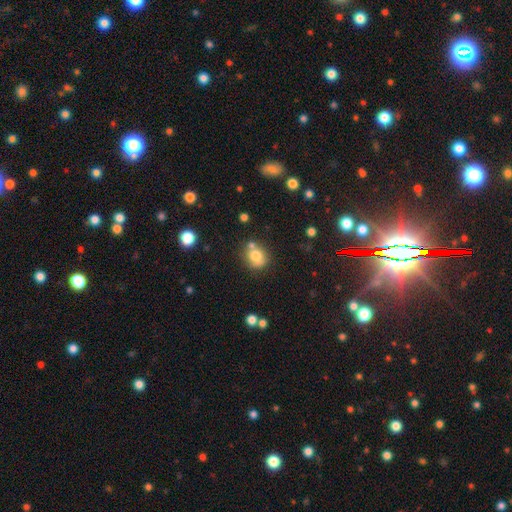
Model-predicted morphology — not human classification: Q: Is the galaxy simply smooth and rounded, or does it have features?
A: smooth — 75%.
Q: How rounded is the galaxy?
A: round — 74%.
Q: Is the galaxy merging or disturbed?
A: none — 58%.